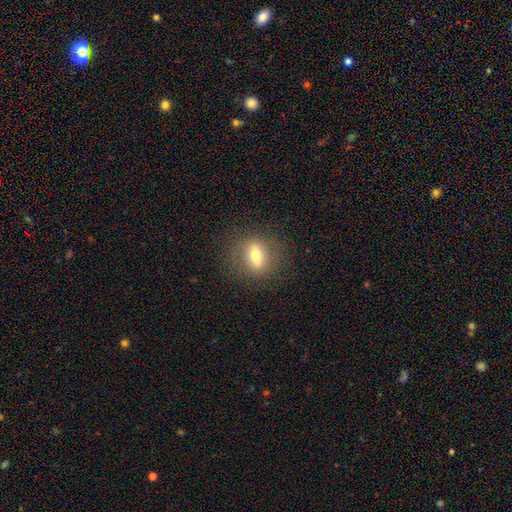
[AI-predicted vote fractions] Morphology: type=smooth (51%); roundness=round (47%); merging=none (83%).